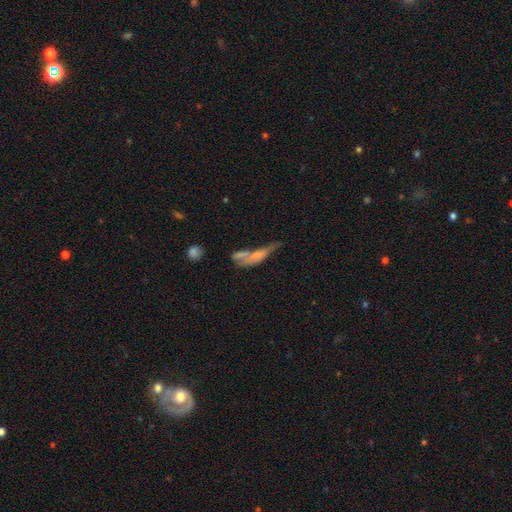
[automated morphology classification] Smooth or featured?
  - smooth: 54% *
  - featured or disk: 34%
  - star or artifact: 13%
How rounded?
  - cigar-shaped: 58% *
  - in between: 37%
  - round: 5%
Merging?
  - merger: 38% *
  - major disturbance: 23%
  - none: 23%
  - minor disturbance: 17%